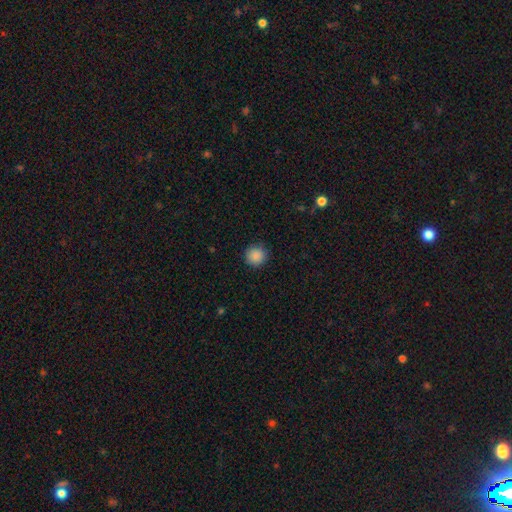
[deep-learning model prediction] Overall: smooth (88%). How rounded: round (94%). Merging: none (90%).